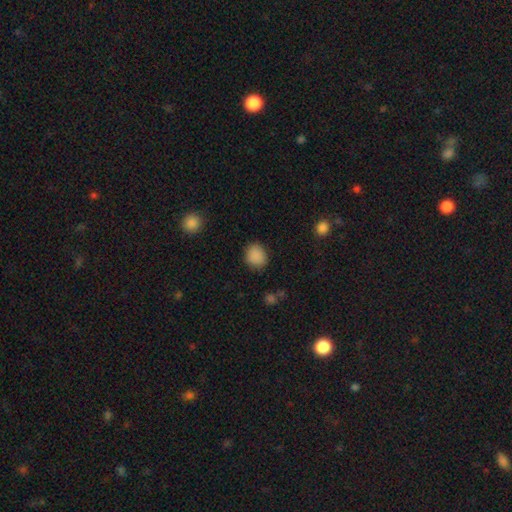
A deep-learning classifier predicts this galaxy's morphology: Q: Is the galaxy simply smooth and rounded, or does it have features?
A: smooth — 88%.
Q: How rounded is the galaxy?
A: round — 69%.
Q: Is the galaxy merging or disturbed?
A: none — 84%.